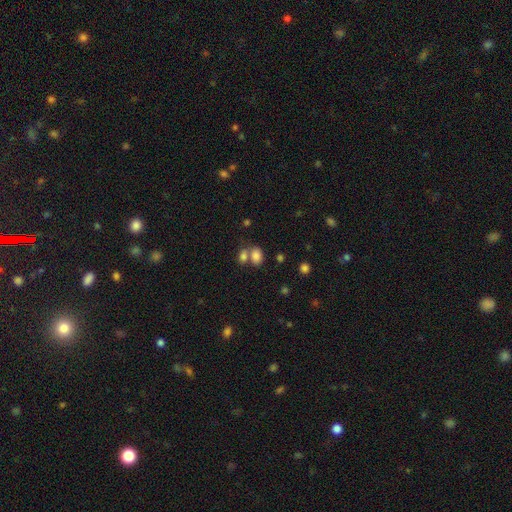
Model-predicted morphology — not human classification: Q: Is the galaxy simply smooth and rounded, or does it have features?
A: smooth — 82%.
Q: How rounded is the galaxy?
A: in between — 82%.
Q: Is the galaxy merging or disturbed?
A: merger — 46%.